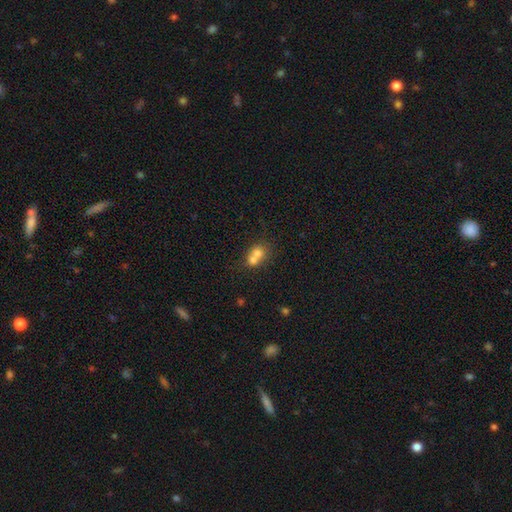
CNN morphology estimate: A smooth galaxy with no disk features (69%) that is round (69%).

Vote fractions:
- Smooth or featured? smooth: 69% / featured or disk: 20% / star or artifact: 11%
- How rounded? round: 69% / in between: 29% / cigar-shaped: 1%
- Merging? merger: 68% / none: 24% / minor disturbance: 5% / major disturbance: 3%